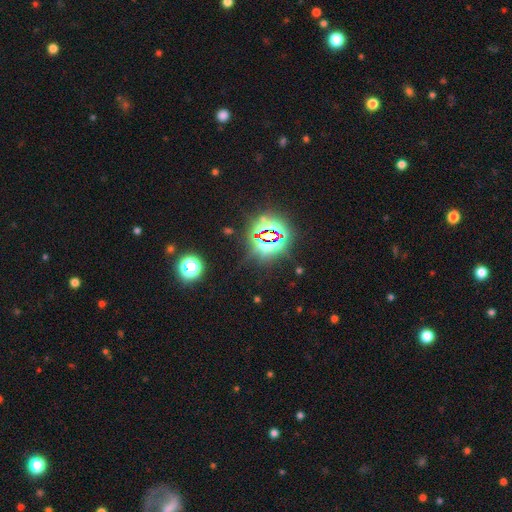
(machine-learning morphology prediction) A star or artifact, not a galaxy (77%).

Vote fractions:
- Smooth or featured? star or artifact: 77% / smooth: 16% / featured or disk: 7%